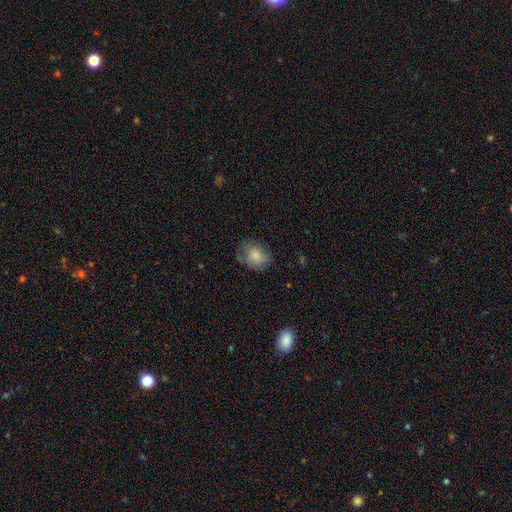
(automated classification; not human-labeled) This is likely a smooth galaxy (80%). How rounded: possibly in between (51%). Merging: likely none (65%).